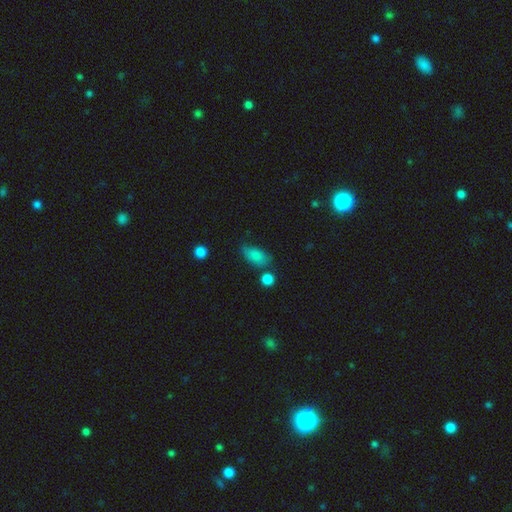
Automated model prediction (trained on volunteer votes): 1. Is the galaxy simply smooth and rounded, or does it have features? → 83% smooth, 9% featured or disk, 9% star or artifact.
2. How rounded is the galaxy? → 89% in between, 6% round, 5% cigar-shaped.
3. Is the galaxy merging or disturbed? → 54% none, 30% minor disturbance, 8% merger, 8% major disturbance.